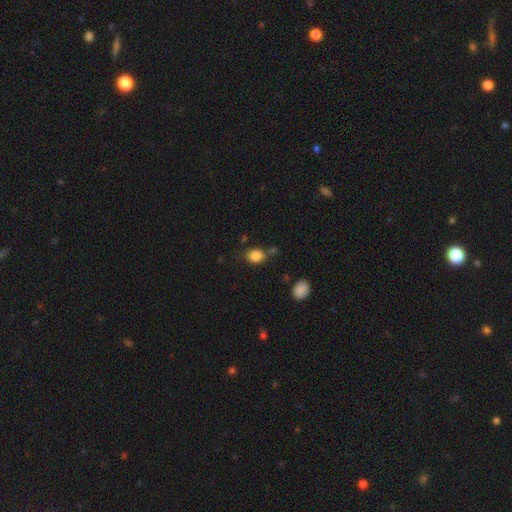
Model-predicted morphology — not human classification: smooth_or_featured: smooth (p=0.85) [alt: star or artifact p=0.10]
how_rounded: in between (p=0.54) [alt: round p=0.44]
merging: none (p=0.65) [alt: minor disturbance p=0.20]